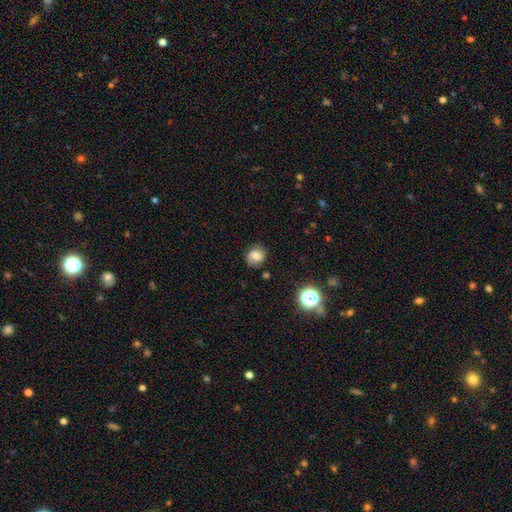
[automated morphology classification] Smooth or featured? smooth (63%)
How rounded? round (73%)
Merging? none (74%)